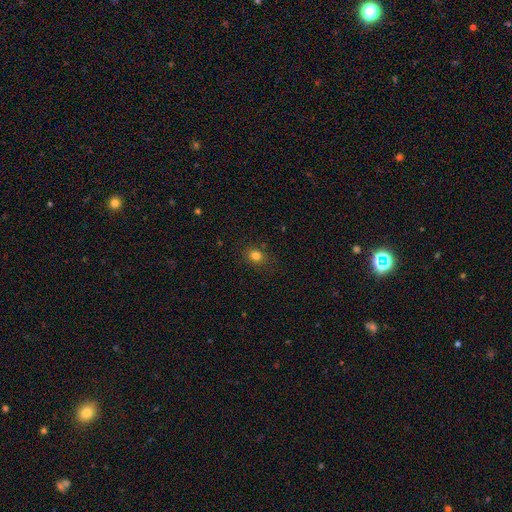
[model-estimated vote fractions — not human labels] The model was most divided on "how rounded": round: 63%, in between: 36%, cigar-shaped: 1%. More confident: merging — none (85%); smooth or featured — smooth (81%).